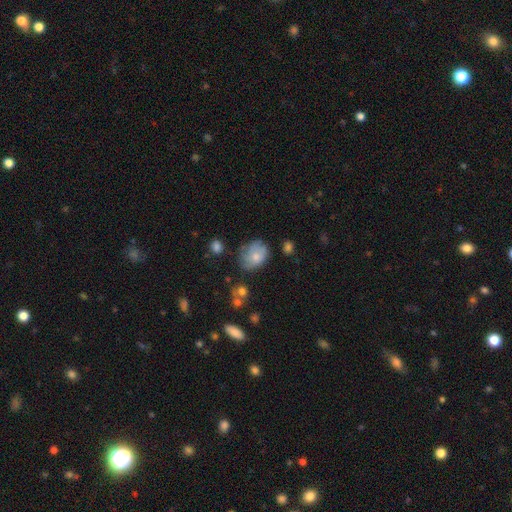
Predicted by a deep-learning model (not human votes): Morphology: type=smooth (69%); roundness=in between (54%); merging=none (51%).